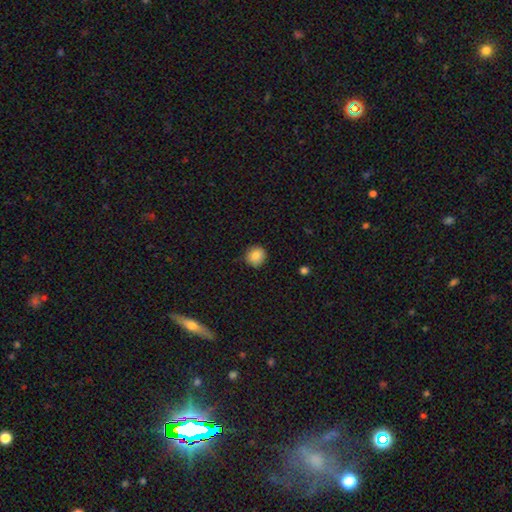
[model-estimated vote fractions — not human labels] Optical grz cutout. It shows a smooth galaxy with no disk features (85%) that is round (90%). Merging: none (82%).